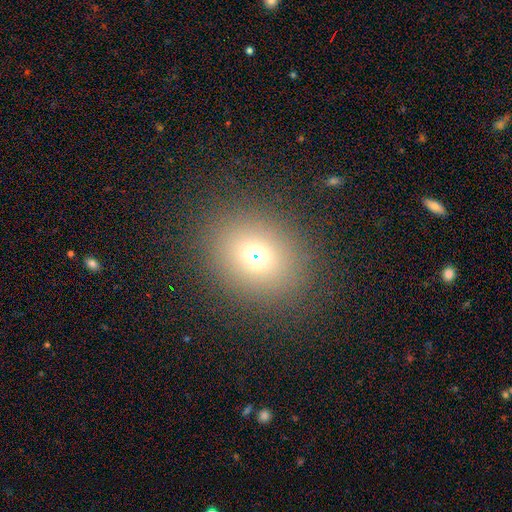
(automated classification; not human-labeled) The model was most divided on "how rounded": round: 55%, in between: 44%, cigar-shaped: 1%. More confident: merging — none (77%); smooth or featured — smooth (68%).